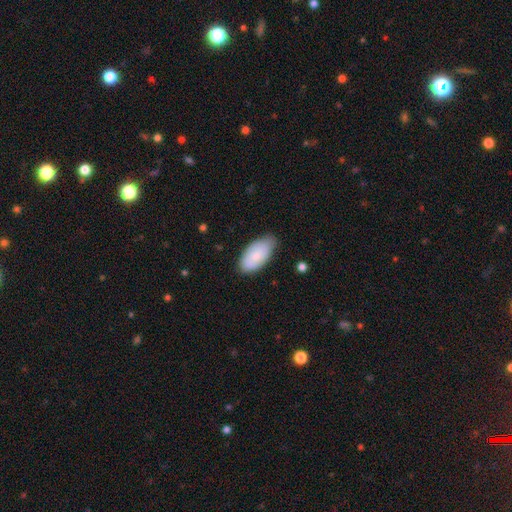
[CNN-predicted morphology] Overall: smooth (76%). How rounded: in between (94%). Merging: none (68%).